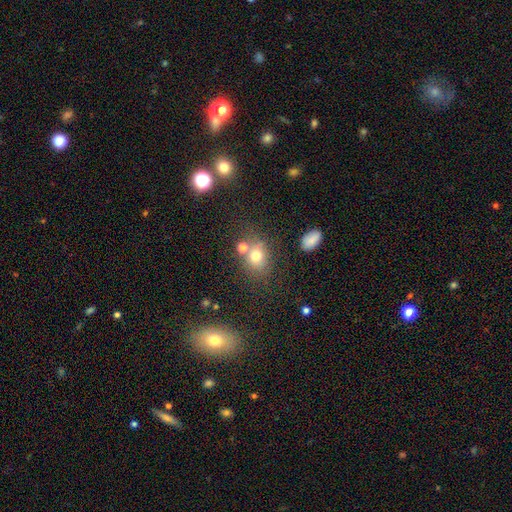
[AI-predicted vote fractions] smooth 71%, star or artifact 16%, featured or disk 13%. Down the decision tree: how rounded — round (57%); merging — none (58%).